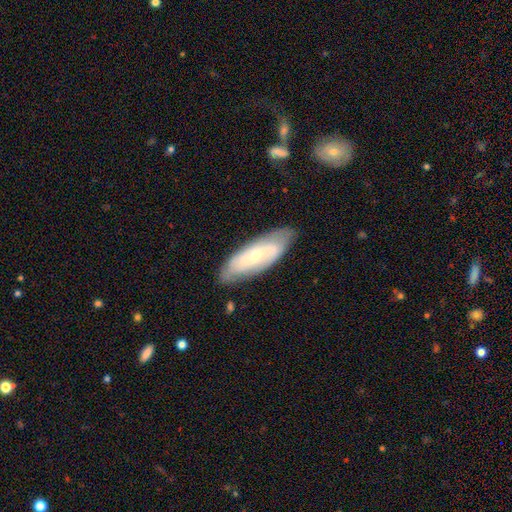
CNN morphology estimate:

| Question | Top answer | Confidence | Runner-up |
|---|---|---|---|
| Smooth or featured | featured or disk | 63% | smooth (31%) |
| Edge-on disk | no | 84% | yes (16%) |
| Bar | no | 62% | weak (28%) |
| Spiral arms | yes | 74% | no (26%) |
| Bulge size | small | 63% | moderate (33%) |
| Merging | none | 79% | minor disturbance (16%) |